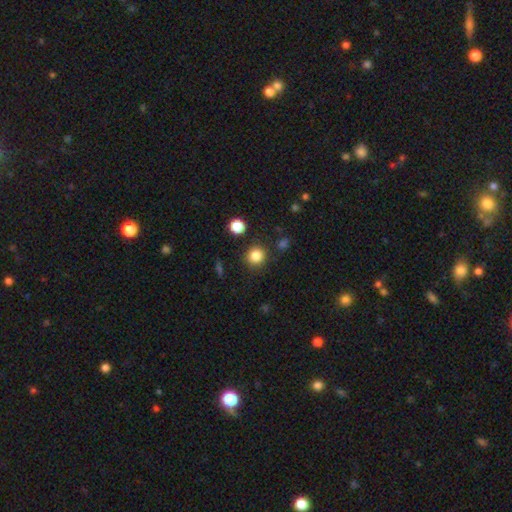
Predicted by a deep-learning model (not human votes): Smooth or featured: smooth — 84% (star or artifact — 11%)
How rounded: round — 91% (in between — 8%)
Merging: none — 87% (minor disturbance — 7%)